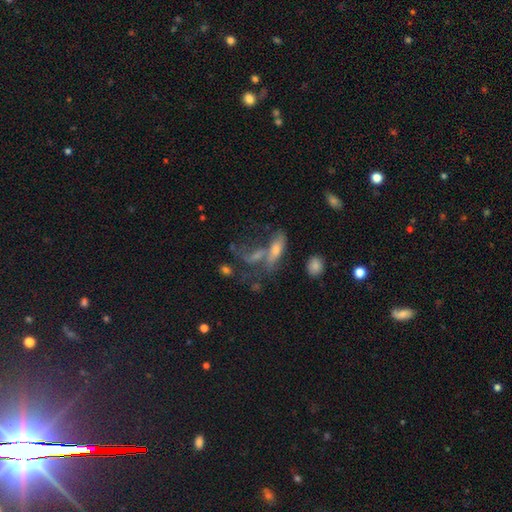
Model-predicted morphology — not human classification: This appears to be a featured or disk galaxy (46%). Merging: merger (37%).